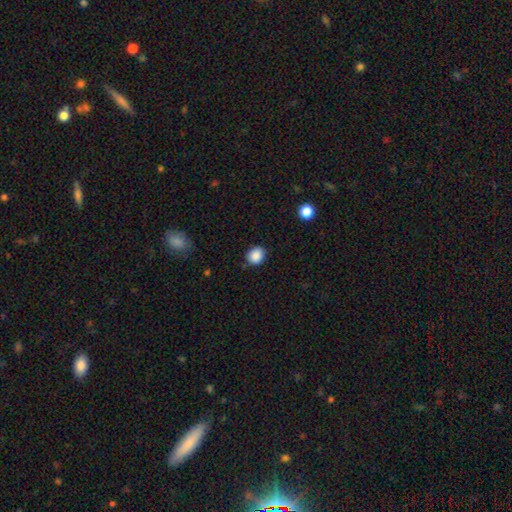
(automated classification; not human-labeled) This is clearly a smooth galaxy (88%). How rounded: likely round (73%). Merging: clearly none (82%).